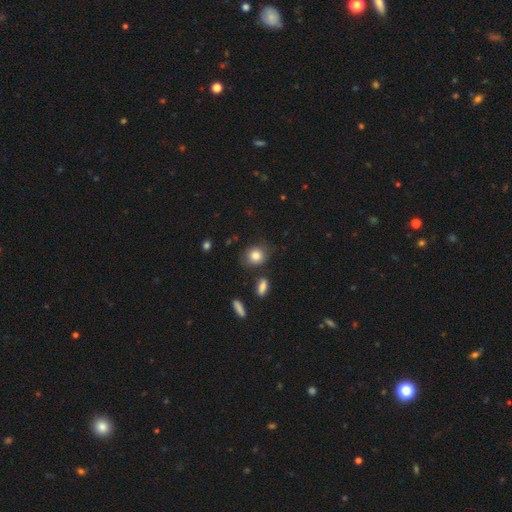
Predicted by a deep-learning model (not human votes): This appears to be a smooth galaxy with no disk features (82%) that is round (72%). Merging: none (75%).